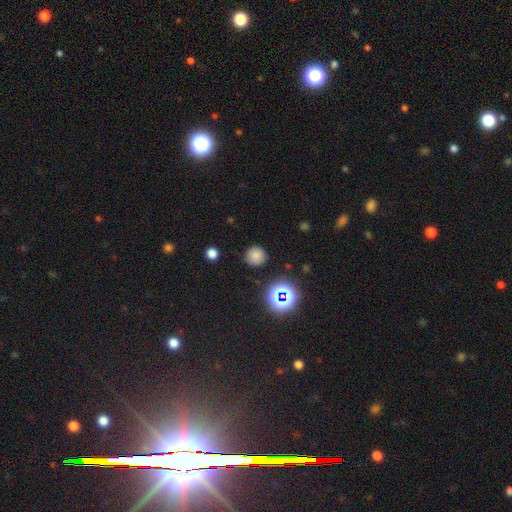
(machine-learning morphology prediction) Overall: smooth (76%). How rounded: round (93%). Merging: none (86%).